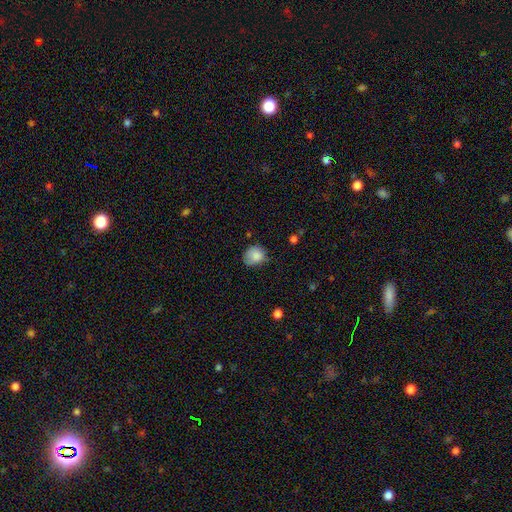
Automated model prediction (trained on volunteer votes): A smooth galaxy with no disk features (83%) that is round (70%).

Vote fractions:
- Smooth or featured? smooth: 83% / star or artifact: 9% / featured or disk: 8%
- How rounded? round: 70% / in between: 29% / cigar-shaped: 1%
- Merging? none: 52% / minor disturbance: 36% / major disturbance: 9% / merger: 2%